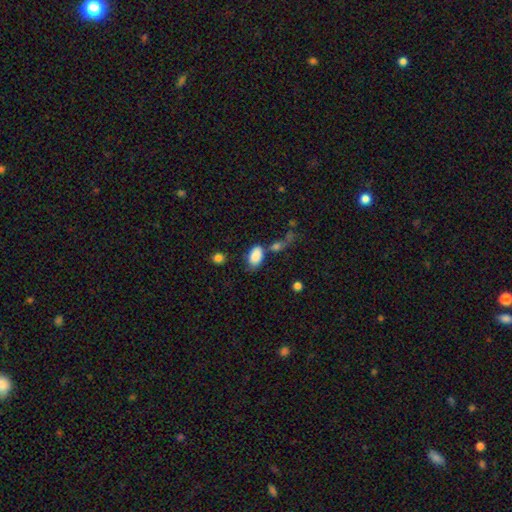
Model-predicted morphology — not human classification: Smooth or featured?
  - smooth: 87% *
  - star or artifact: 8%
  - featured or disk: 6%
How rounded?
  - in between: 92% *
  - round: 6%
  - cigar-shaped: 2%
Merging?
  - none: 53% *
  - minor disturbance: 23%
  - merger: 15%
  - major disturbance: 9%